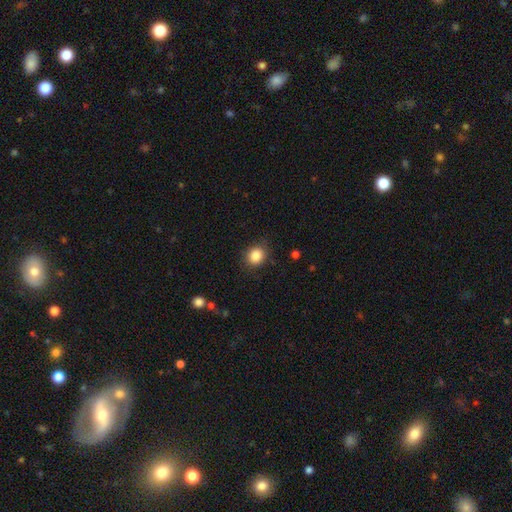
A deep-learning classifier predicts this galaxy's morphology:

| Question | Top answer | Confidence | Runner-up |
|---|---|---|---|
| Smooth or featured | smooth | 86% | star or artifact (10%) |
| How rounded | round | 71% | in between (29%) |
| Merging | none | 84% | minor disturbance (12%) |